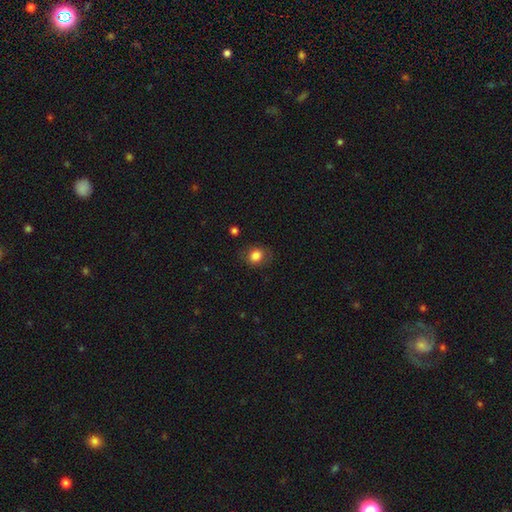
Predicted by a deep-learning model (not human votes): Smooth or featured? smooth (83%)
How rounded? round (65%)
Merging? none (79%)